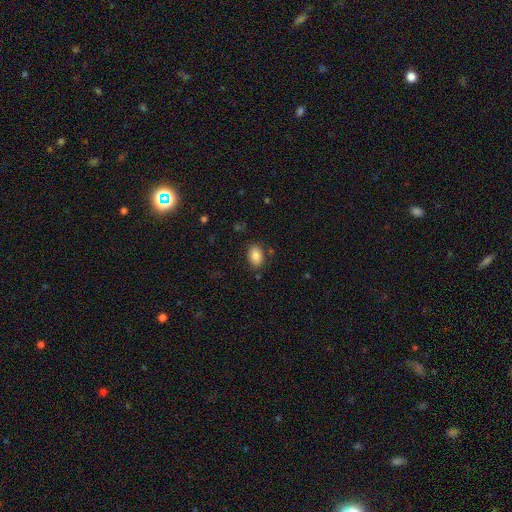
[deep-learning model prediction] The model was most divided on "how rounded": in between: 82%, round: 17%, cigar-shaped: 1%. More confident: smooth or featured — smooth (83%); merging — none (83%).